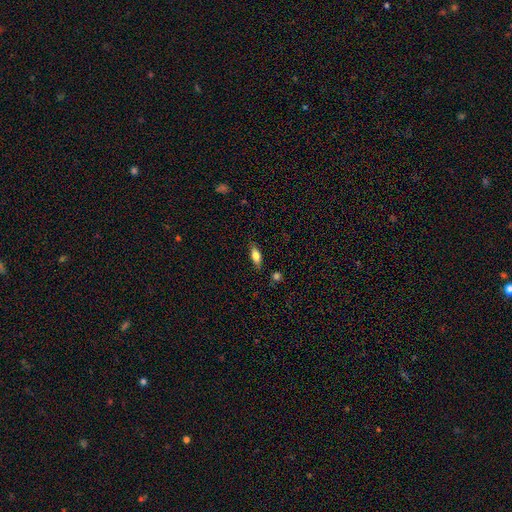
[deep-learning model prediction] The model was most divided on "how rounded": in between: 75%, cigar-shaped: 22%, round: 3%. More confident: merging — none (82%); smooth or featured — smooth (73%).